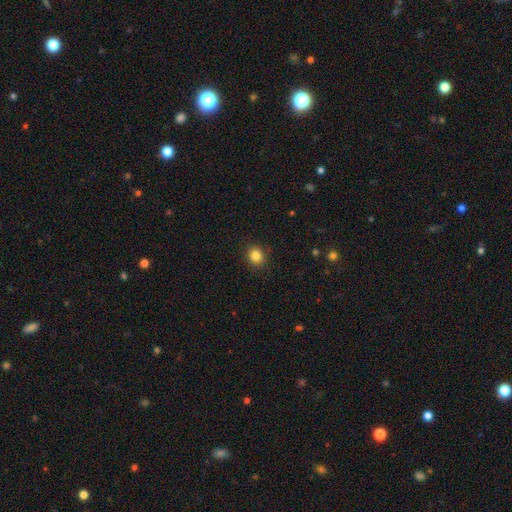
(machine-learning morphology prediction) type=smooth (84%); roundness=round (84%); merging=none (90%).